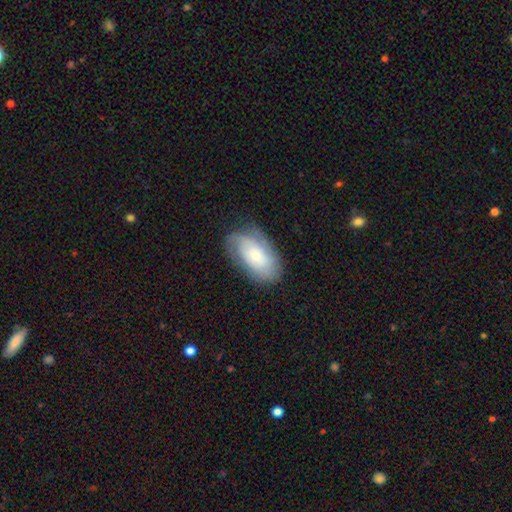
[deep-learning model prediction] The model was most divided on "smooth or featured": smooth: 51%, featured or disk: 42%, star or artifact: 7%. More confident: how rounded — in between (93%); merging — none (71%).